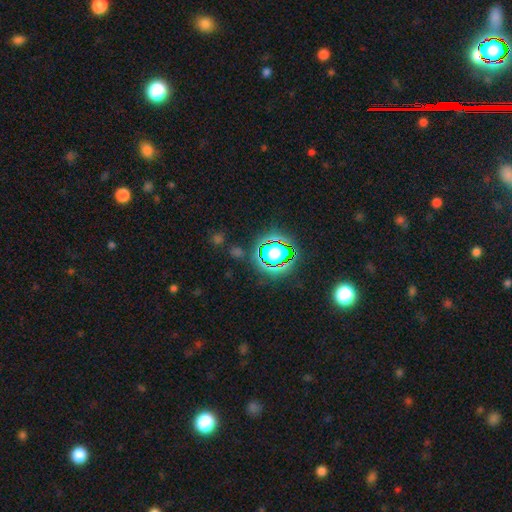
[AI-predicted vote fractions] Smooth or featured?
  - star or artifact: 80% *
  - smooth: 12%
  - featured or disk: 8%